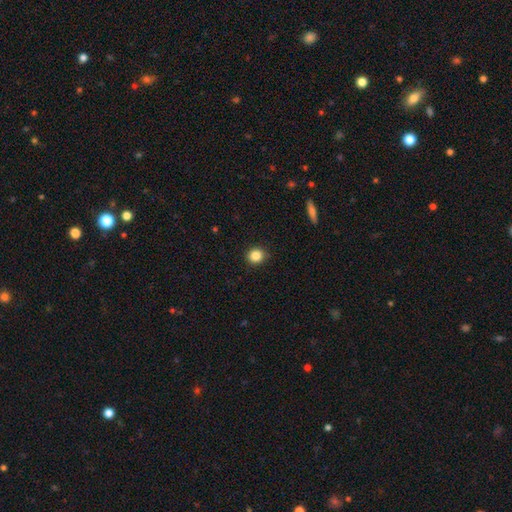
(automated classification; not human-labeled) smooth-or-featured: smooth: 84% | star or artifact: 11% | featured or disk: 5%
  how-rounded: round: 89% | in between: 10% | cigar-shaped: 1%
  merging: none: 90% | minor disturbance: 7% | major disturbance: 2% | merger: 1%